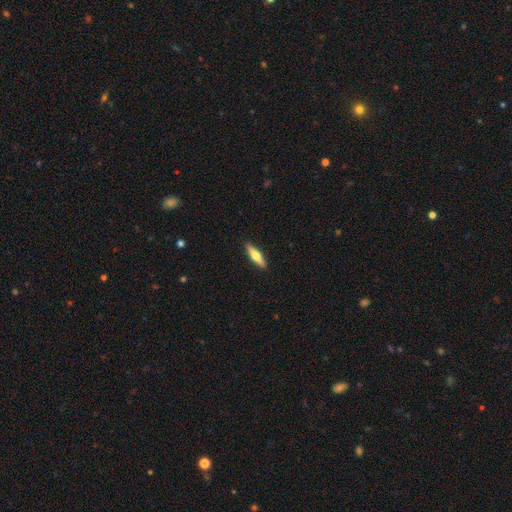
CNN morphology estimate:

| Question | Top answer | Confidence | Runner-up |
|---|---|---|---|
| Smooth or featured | smooth | 48% | featured or disk (46%) |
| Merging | none | 91% | minor disturbance (7%) |